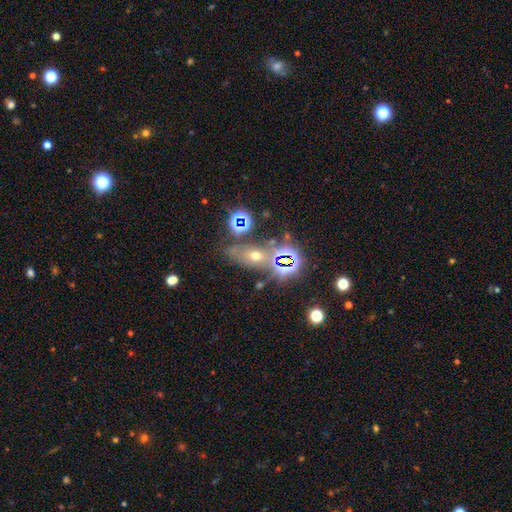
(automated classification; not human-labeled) Smooth or featured? star or artifact (41%)